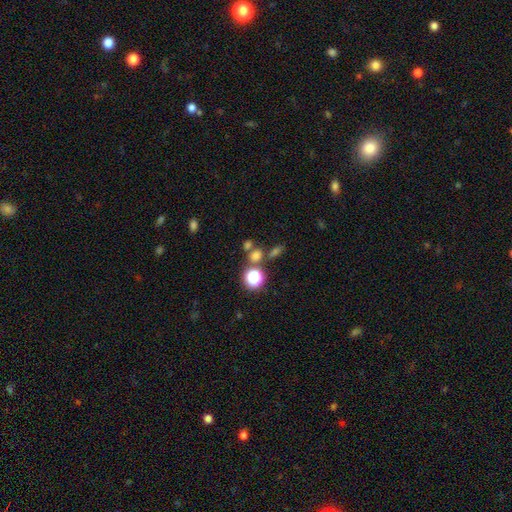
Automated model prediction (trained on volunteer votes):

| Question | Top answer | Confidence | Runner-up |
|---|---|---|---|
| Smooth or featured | smooth | 65% | star or artifact (27%) |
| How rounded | round | 68% | in between (30%) |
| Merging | none | 61% | merger (25%) |